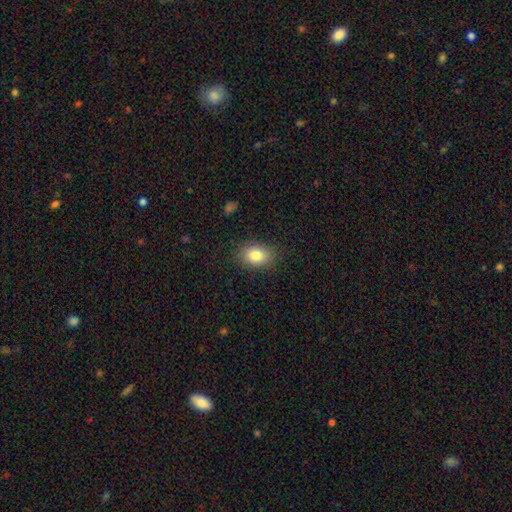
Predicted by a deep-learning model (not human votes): Q: Smooth or featured?
A: smooth (82%); runner-up: featured or disk (9%)
Q: How rounded?
A: in between (79%); runner-up: round (19%)
Q: Merging?
A: none (85%); runner-up: minor disturbance (11%)